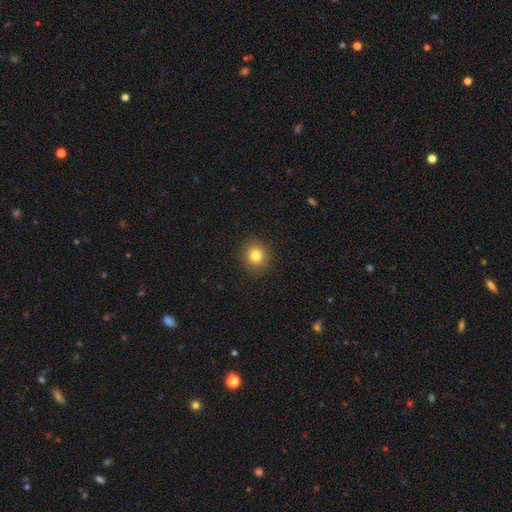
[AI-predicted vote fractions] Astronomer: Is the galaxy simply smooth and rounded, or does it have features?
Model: smooth — 80%.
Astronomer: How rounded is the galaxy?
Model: round — 86%.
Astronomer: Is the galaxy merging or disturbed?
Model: none — 91%.